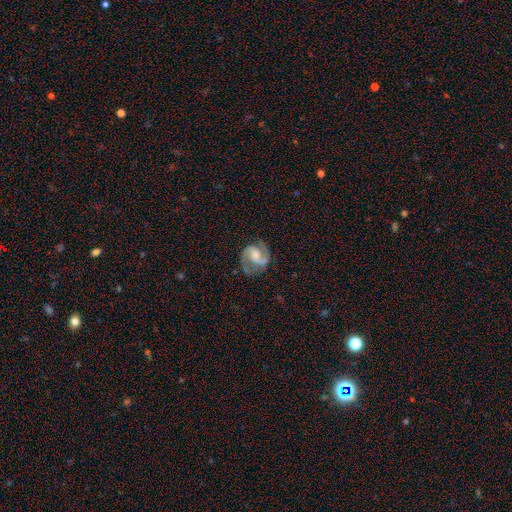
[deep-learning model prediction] A featured or disk galaxy (87%) with a weak bar (43%, tied with no), 2 (92%) medium (57%) spiral arms (97%) and a moderate central bulge (43%). Merging: none (75%).